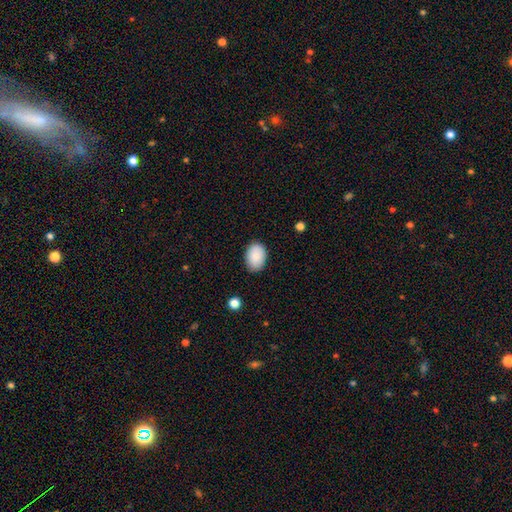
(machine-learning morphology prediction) smooth 88%, star or artifact 7%, featured or disk 5%. Down the decision tree: how rounded — in between (83%); merging — none (84%).